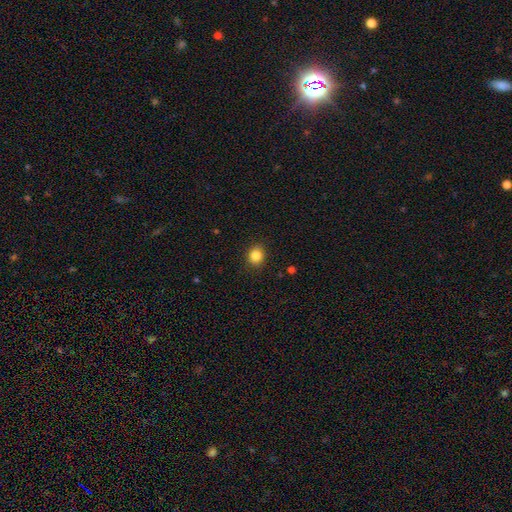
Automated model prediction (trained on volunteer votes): Overall: smooth (85%). How rounded: round (73%). Merging: none (90%).